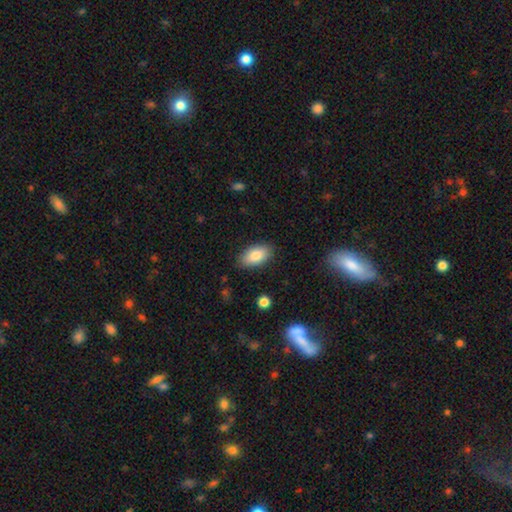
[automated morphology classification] Smooth or featured: smooth — 83% (featured or disk — 10%)
How rounded: in between — 93% (round — 4%)
Merging: none — 86% (minor disturbance — 10%)